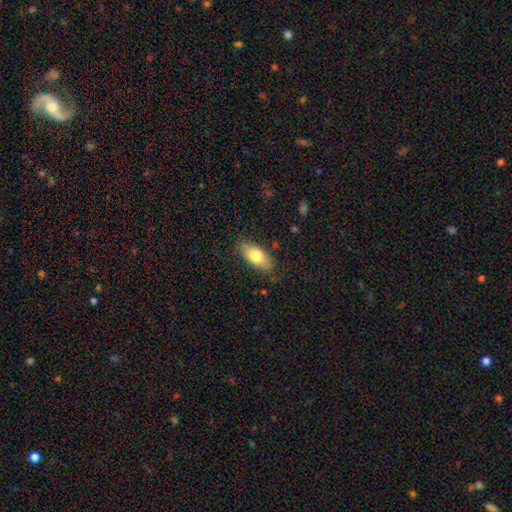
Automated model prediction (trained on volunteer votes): Smooth or featured: smooth — 77% (featured or disk — 17%)
How rounded: in between — 86% (cigar-shaped — 11%)
Merging: none — 80% (minor disturbance — 15%)